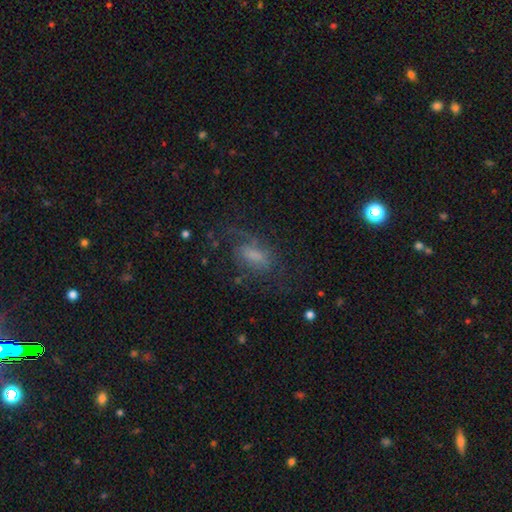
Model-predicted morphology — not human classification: The model was most divided on "smooth or featured": featured or disk: 48%, smooth: 39%, star or artifact: 13%. Remaining: merging — none (47%).